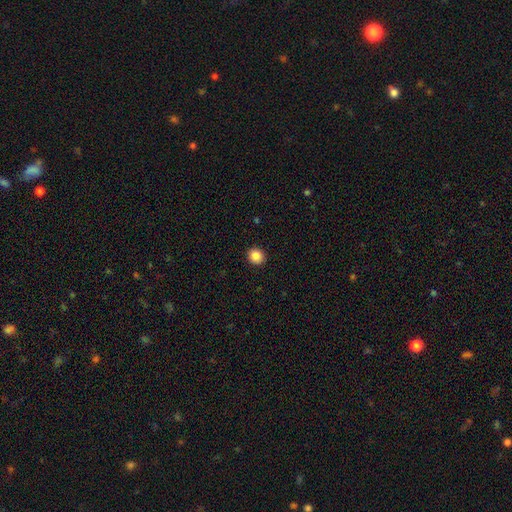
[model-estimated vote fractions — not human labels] Overall: smooth (85%). How rounded: round (85%). Merging: none (92%).